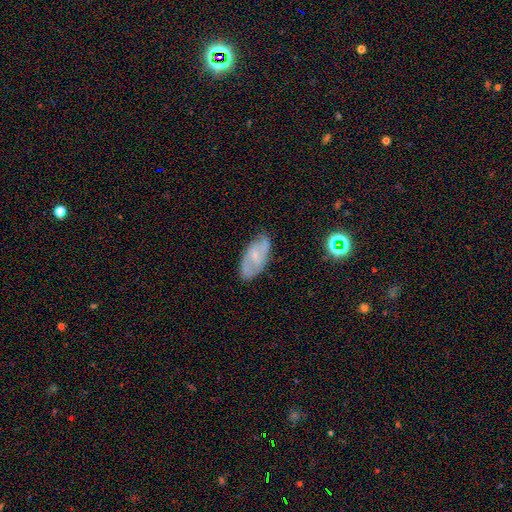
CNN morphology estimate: Smooth or featured? featured or disk (55%)
Edge-on disk? no (93%)
Bar? no (56%)
Spiral arms? yes (78%)
Bulge size? small (70%)
Merging? none (72%)